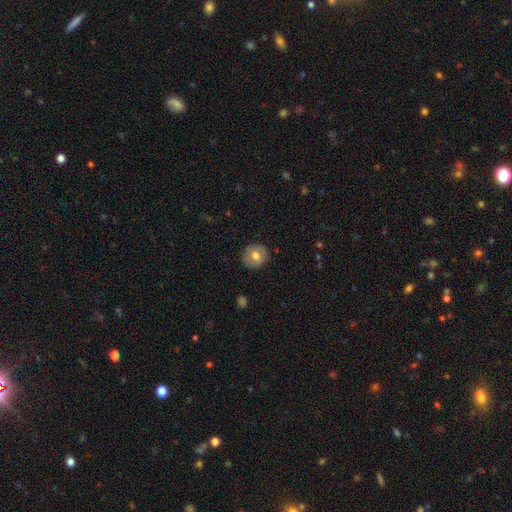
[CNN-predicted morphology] type=smooth (66%); roundness=round (84%); merging=none (86%).